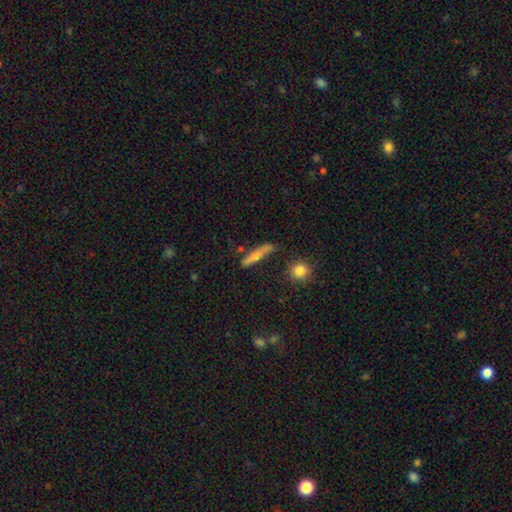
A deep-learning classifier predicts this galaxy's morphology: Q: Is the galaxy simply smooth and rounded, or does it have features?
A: smooth — 67%.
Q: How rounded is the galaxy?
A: cigar-shaped — 85%.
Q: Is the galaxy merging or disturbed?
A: none — 64%.